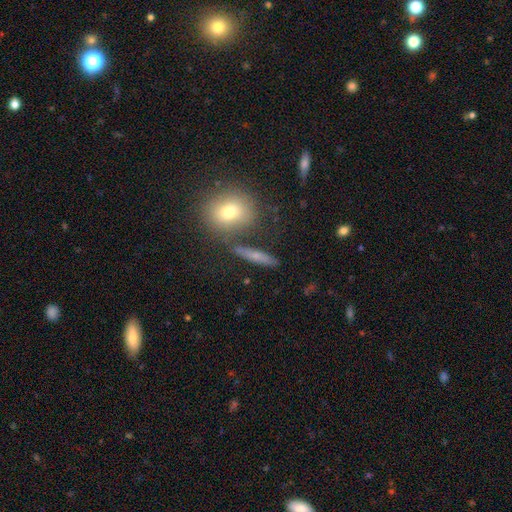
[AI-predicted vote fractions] Morphology: type=smooth (57%); roundness=cigar-shaped (67%); merging=none (78%).